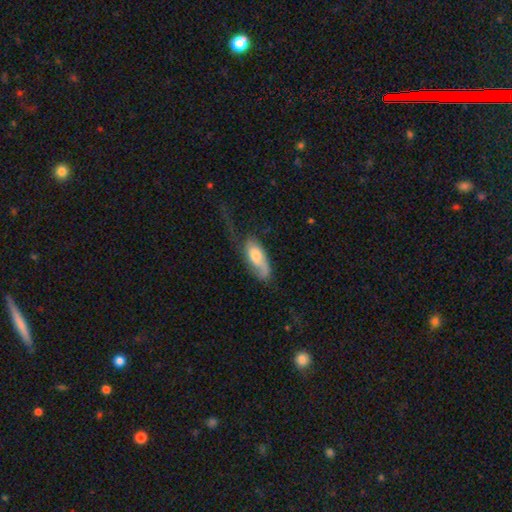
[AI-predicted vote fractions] Morphology: type=smooth (58%); roundness=in between (80%); merging=major disturbance (36%).